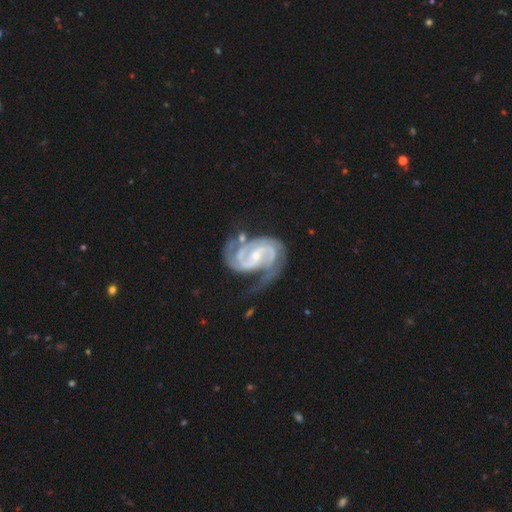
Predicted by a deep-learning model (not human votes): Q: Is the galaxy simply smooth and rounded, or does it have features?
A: featured or disk — 92%.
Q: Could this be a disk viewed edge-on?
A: no — 98%.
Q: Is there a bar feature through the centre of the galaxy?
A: weak — 44%.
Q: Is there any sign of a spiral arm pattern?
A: yes — 98%.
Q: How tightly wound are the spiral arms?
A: tight — 52%.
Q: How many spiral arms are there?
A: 2 — 76%.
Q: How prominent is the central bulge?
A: small — 62%.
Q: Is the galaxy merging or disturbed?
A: none — 51%.